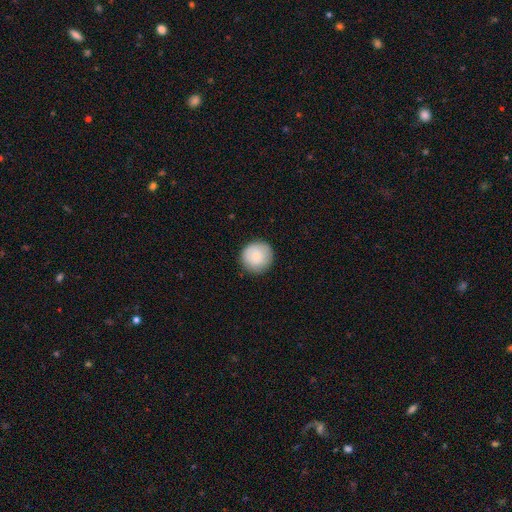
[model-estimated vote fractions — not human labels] This appears to be a smooth galaxy with no disk features (83%) that is round (94%). Merging: none (87%).